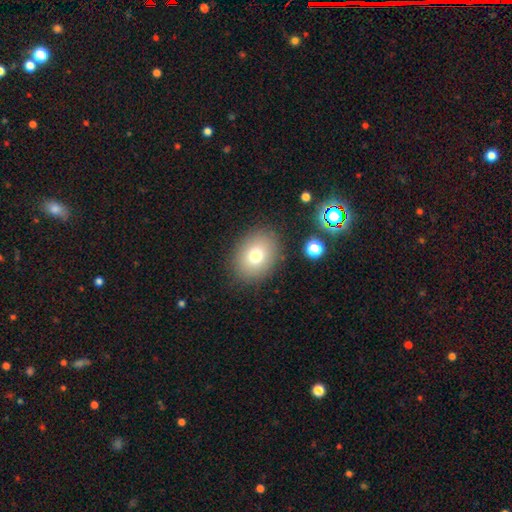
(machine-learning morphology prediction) smooth_or_featured: smooth (p=0.74) [alt: featured or disk p=0.13]
how_rounded: in between (p=0.56) [alt: round p=0.43]
merging: none (p=0.84) [alt: minor disturbance p=0.10]